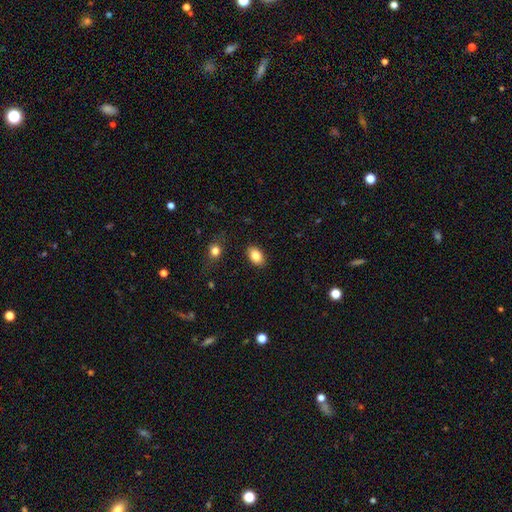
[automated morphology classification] A smooth galaxy with no disk features (84%) that is in between round and cigar-shaped (89%).

Vote fractions:
- Smooth or featured? smooth: 84% / featured or disk: 8% / star or artifact: 8%
- How rounded? in between: 89% / round: 10% / cigar-shaped: 1%
- Merging? none: 88% / minor disturbance: 9% / major disturbance: 2% / merger: 2%